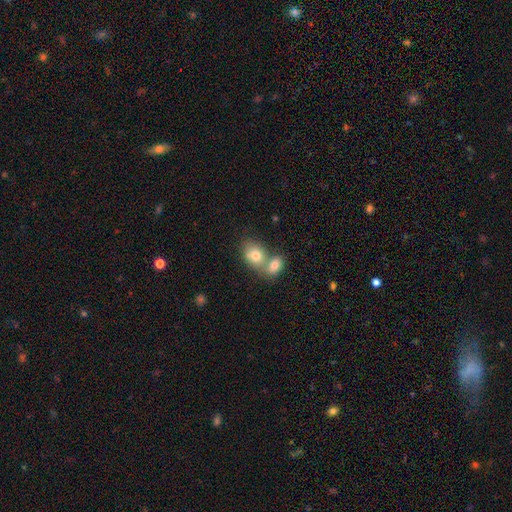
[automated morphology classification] smooth_or_featured: smooth (p=0.77) [alt: featured or disk p=0.14]
how_rounded: in between (p=0.58) [alt: round p=0.40]
merging: merger (p=0.61) [alt: none p=0.28]